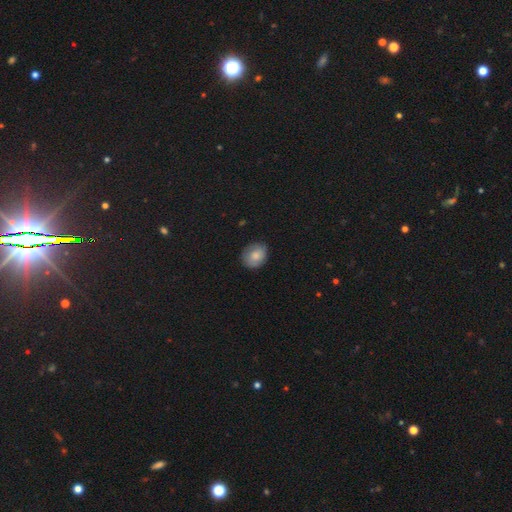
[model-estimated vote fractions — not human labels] Smooth or featured? smooth (76%)
How rounded? round (58%)
Merging? none (75%)